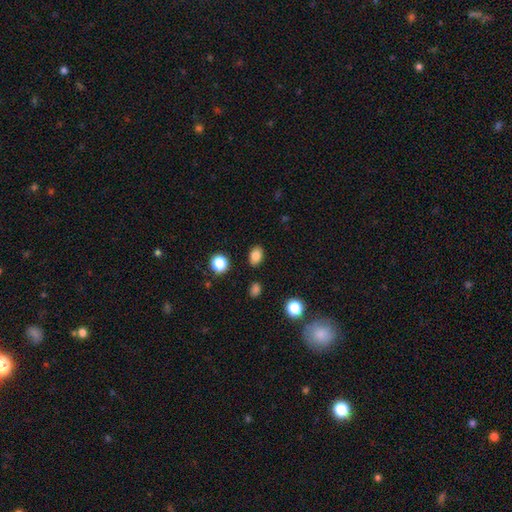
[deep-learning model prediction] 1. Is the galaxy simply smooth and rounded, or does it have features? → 83% smooth, 11% star or artifact, 6% featured or disk.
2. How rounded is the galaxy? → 79% in between, 20% round, 1% cigar-shaped.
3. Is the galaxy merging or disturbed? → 86% none, 9% minor disturbance, 3% major disturbance, 2% merger.